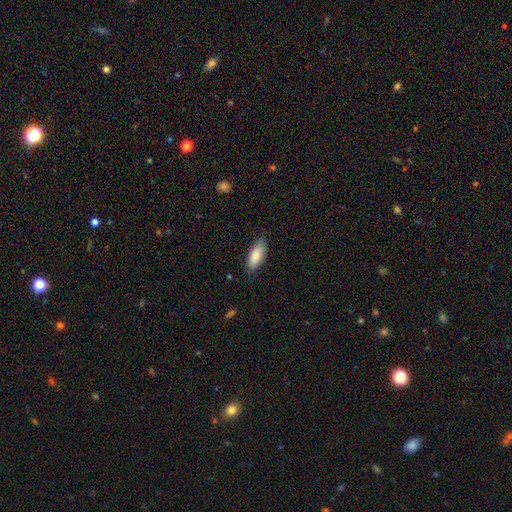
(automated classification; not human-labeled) Smooth or featured?
  - smooth: 83% *
  - featured or disk: 11%
  - star or artifact: 6%
How rounded?
  - in between: 79% *
  - cigar-shaped: 20%
  - round: 2%
Merging?
  - none: 79% *
  - minor disturbance: 17%
  - major disturbance: 3%
  - merger: 1%